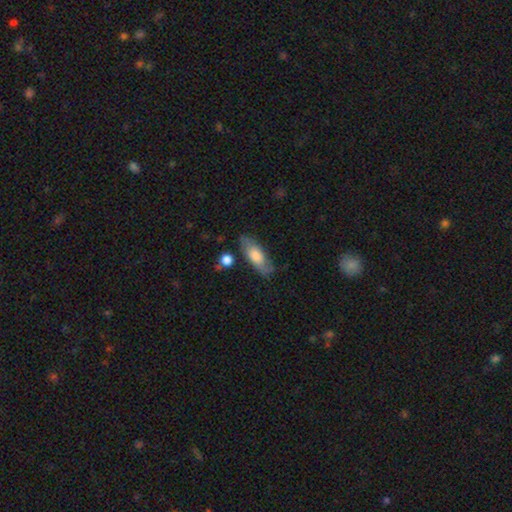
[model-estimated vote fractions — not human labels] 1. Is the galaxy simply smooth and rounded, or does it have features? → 65% smooth, 29% featured or disk, 6% star or artifact.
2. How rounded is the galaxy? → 71% in between, 26% cigar-shaped, 3% round.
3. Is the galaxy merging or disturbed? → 72% none, 19% minor disturbance, 5% major disturbance, 4% merger.